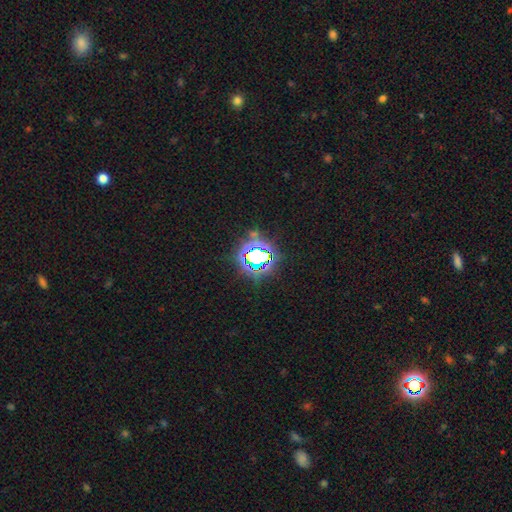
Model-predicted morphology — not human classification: star or artifact 69%, smooth 20%, featured or disk 12%.